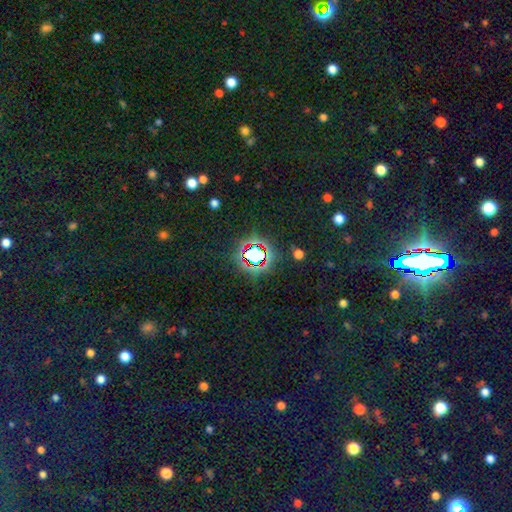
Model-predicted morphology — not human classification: type=star or artifact (71%).